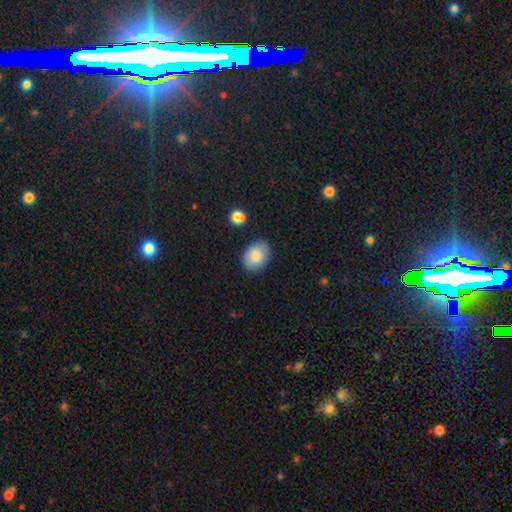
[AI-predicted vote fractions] smooth_or_featured: smooth (p=0.85) [alt: featured or disk p=0.08]
how_rounded: in between (p=0.74) [alt: round p=0.25]
merging: none (p=0.79) [alt: minor disturbance p=0.15]